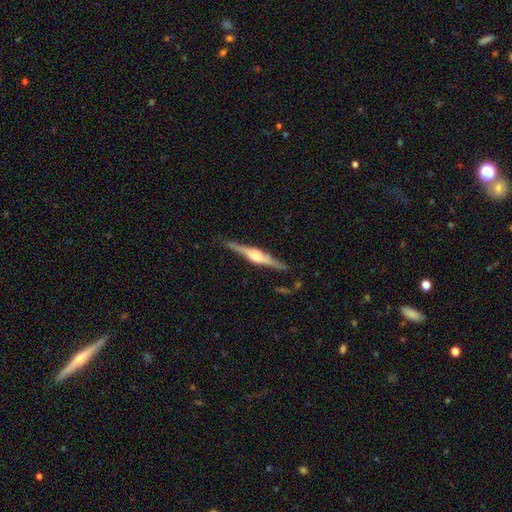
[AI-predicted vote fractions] A featured or disk galaxy (78%) viewed edge-on (98%) with a rounded central bulge (76%).

Vote fractions:
- Smooth or featured? featured or disk: 78% / smooth: 17% / star or artifact: 5%
- Edge-on disk? yes: 98% / no: 2%
- Edge-on bulge? rounded: 76% / boxy: 20% / none: 4%
- Merging? none: 86% / minor disturbance: 10% / major disturbance: 2% / merger: 2%